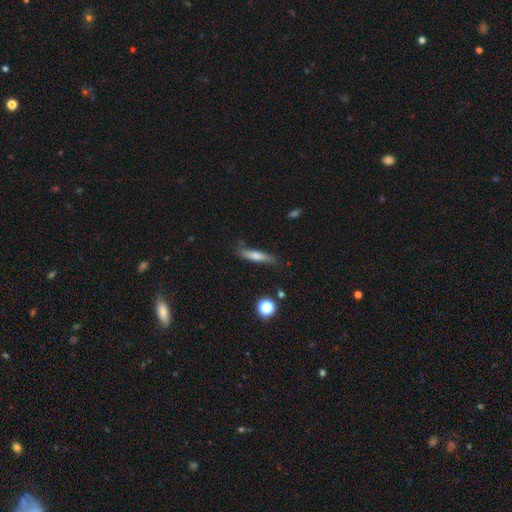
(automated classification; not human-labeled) smooth 63%, featured or disk 29%, star or artifact 8%. Down the decision tree: how rounded — cigar-shaped (84%); merging — none (74%).